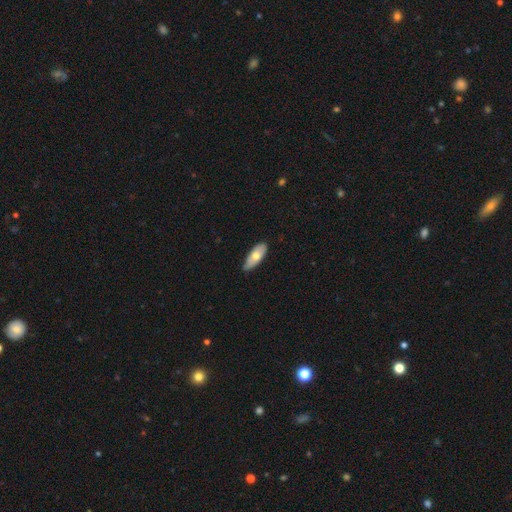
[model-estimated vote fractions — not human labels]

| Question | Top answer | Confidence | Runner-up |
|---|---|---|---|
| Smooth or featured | smooth | 66% | featured or disk (29%) |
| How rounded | in between | 80% | cigar-shaped (18%) |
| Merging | none | 78% | minor disturbance (19%) |